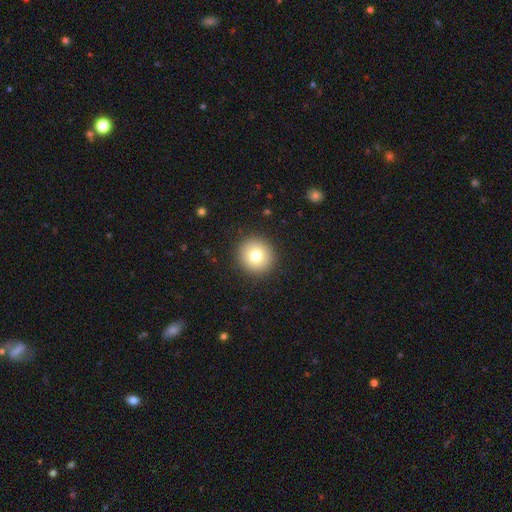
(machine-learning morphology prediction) Q: Smooth or featured?
A: smooth (78%); runner-up: featured or disk (12%)
Q: How rounded?
A: round (95%); runner-up: in between (4%)
Q: Merging?
A: none (92%); runner-up: minor disturbance (5%)